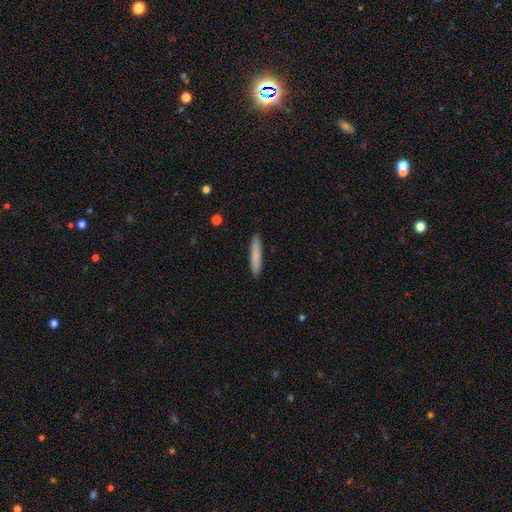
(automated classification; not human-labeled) A smooth galaxy with no disk features (82%) that is cigar-shaped (91%).

Vote fractions:
- Smooth or featured? smooth: 82% / featured or disk: 12% / star or artifact: 6%
- How rounded? cigar-shaped: 91% / in between: 8% / round: 1%
- Merging? none: 91% / minor disturbance: 6% / major disturbance: 1% / merger: 1%